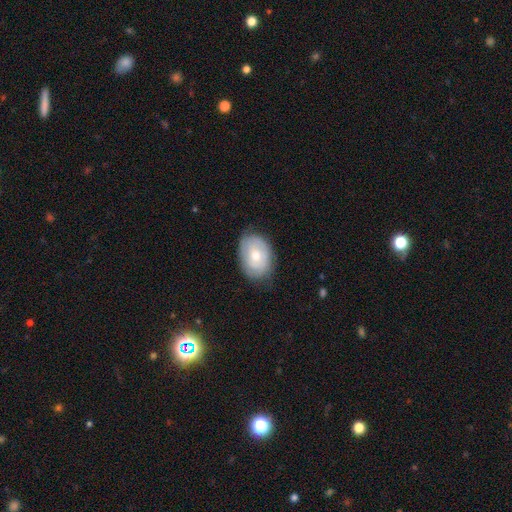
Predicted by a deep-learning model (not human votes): Smooth or featured: smooth — 49% (featured or disk — 44%)
Merging: none — 75% (minor disturbance — 20%)